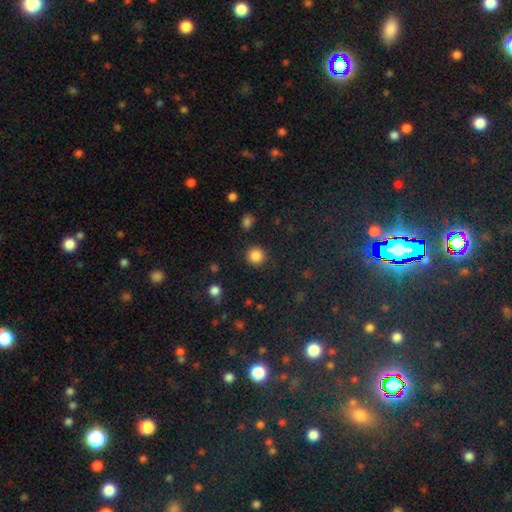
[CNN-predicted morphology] Smooth or featured? Predicted: smooth (p=0.86). How rounded? Predicted: round (p=0.93). Merging? Predicted: none (p=0.90).